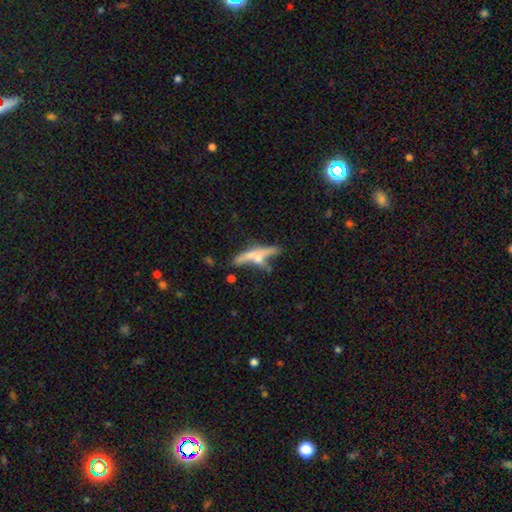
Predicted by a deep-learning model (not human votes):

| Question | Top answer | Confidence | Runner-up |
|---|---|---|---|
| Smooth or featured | featured or disk | 52% | smooth (39%) |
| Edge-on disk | yes | 80% | no (20%) |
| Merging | none | 42% | merger (31%) |